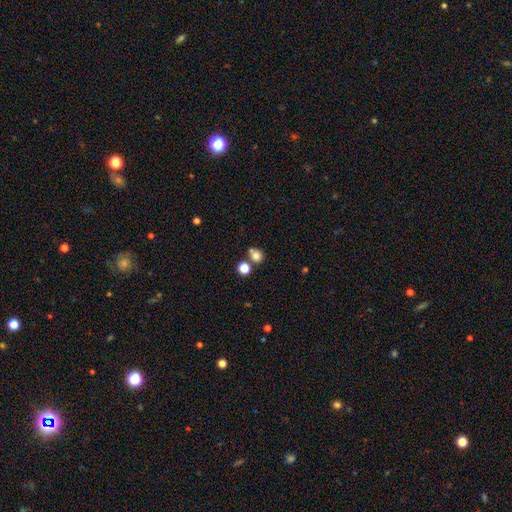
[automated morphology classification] Q: Smooth or featured?
A: smooth (78%); runner-up: star or artifact (14%)
Q: How rounded?
A: round (80%); runner-up: in between (19%)
Q: Merging?
A: none (59%); runner-up: merger (27%)